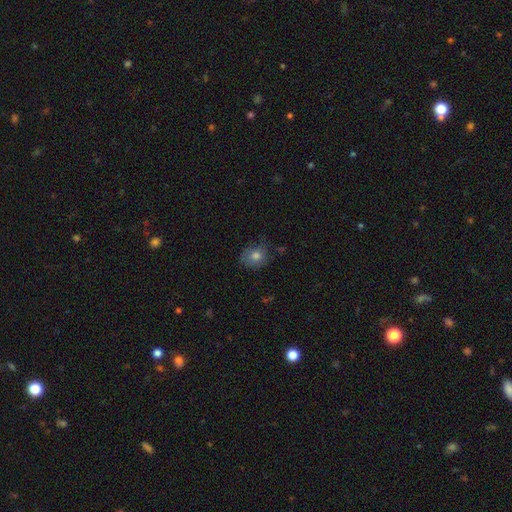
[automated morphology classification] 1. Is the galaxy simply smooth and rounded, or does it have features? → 78% smooth, 12% featured or disk, 10% star or artifact.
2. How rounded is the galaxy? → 67% round, 32% in between, 1% cigar-shaped.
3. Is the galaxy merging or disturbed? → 66% none, 25% minor disturbance, 7% major disturbance, 2% merger.